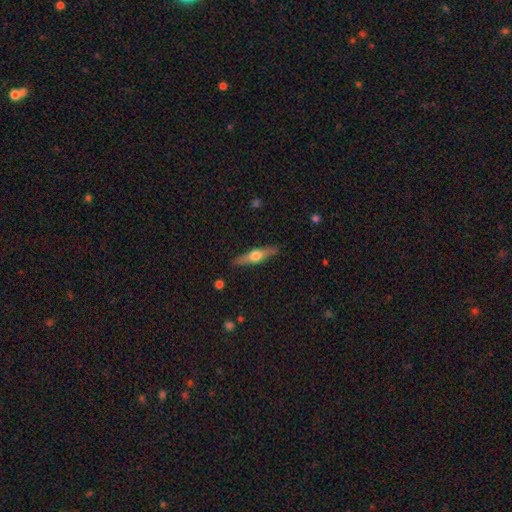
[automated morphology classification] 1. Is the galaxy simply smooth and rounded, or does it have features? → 60% featured or disk, 34% smooth, 6% star or artifact.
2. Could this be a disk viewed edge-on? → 95% yes, 5% no.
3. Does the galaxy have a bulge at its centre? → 94% rounded, 3% boxy, 2% none.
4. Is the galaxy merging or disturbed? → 89% none, 8% minor disturbance, 2% major disturbance, 1% merger.